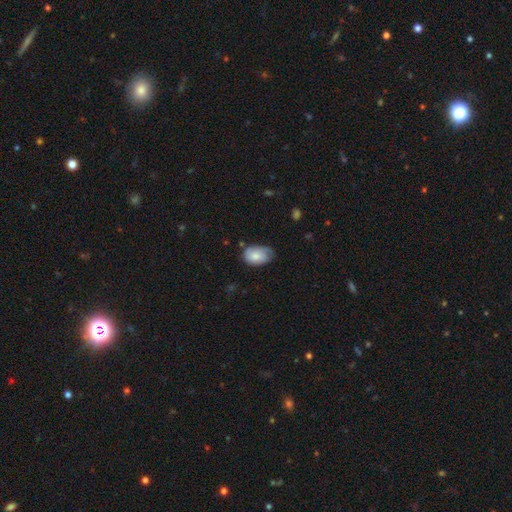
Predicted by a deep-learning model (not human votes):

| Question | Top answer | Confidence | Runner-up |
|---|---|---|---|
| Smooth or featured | smooth | 76% | featured or disk (17%) |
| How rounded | in between | 89% | round (10%) |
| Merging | none | 51% | minor disturbance (37%) |